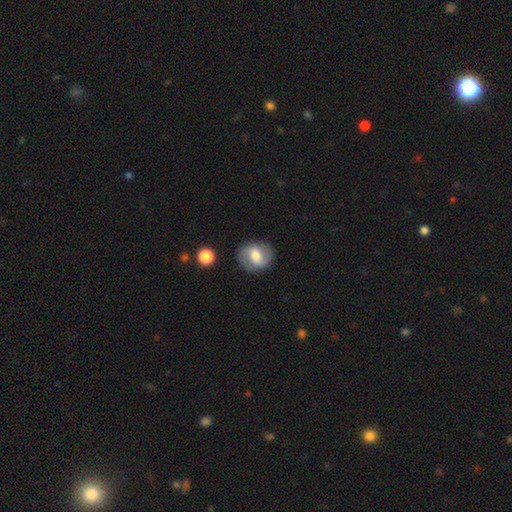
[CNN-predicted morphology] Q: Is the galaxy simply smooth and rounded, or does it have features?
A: featured or disk — 49%.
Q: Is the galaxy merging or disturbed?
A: none — 82%.